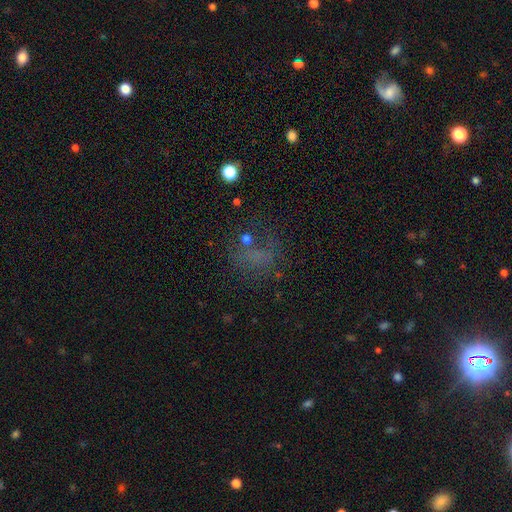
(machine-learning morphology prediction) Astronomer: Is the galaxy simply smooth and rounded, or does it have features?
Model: smooth — 43% (runner-up: star or artifact, 34%).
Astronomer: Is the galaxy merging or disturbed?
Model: none — 51%.